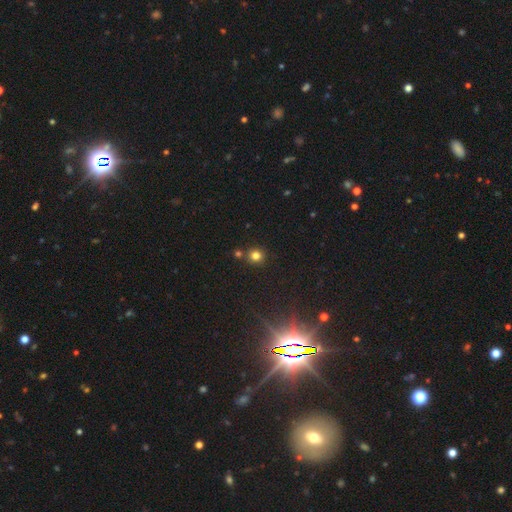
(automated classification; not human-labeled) The model was most divided on "smooth or featured": smooth: 78%, star or artifact: 17%, featured or disk: 6%. More confident: how rounded — round (90%); merging — none (79%).